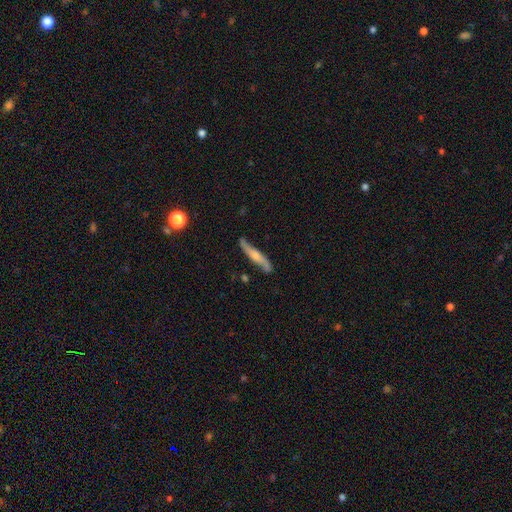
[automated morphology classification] Smooth or featured?
  - featured or disk: 59% *
  - smooth: 35%
  - star or artifact: 5%
Edge-on disk?
  - yes: 58% *
  - no: 42%
Merging?
  - none: 75% *
  - minor disturbance: 18%
  - major disturbance: 4%
  - merger: 3%